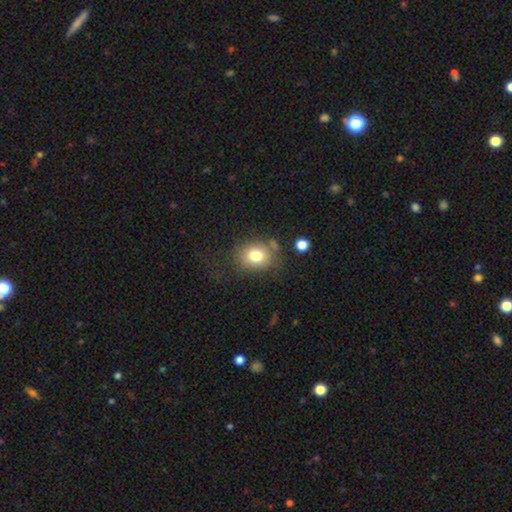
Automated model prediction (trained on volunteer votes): smooth_or_featured: smooth (p=0.78) [alt: featured or disk p=0.11]
how_rounded: round (p=0.57) [alt: in between p=0.43]
merging: none (p=0.69) [alt: minor disturbance p=0.17]